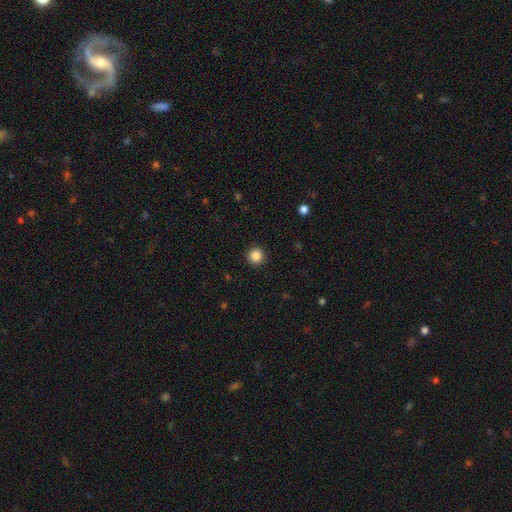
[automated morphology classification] The model was most divided on "smooth or featured": smooth: 86%, star or artifact: 11%, featured or disk: 3%. More confident: how rounded — round (96%); merging — none (93%).